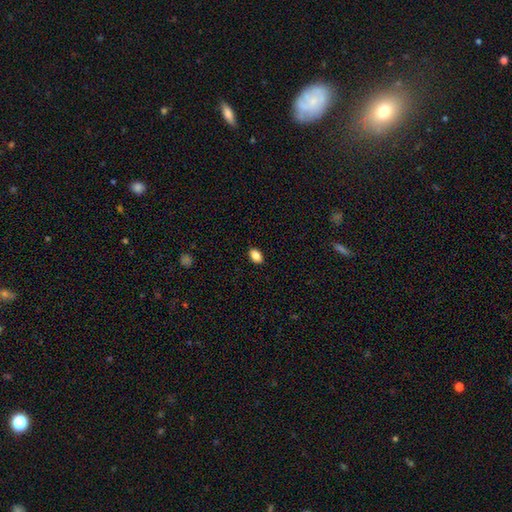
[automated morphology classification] This is clearly a smooth galaxy (87%). How rounded: clearly in between (86%). Merging: clearly none (88%).